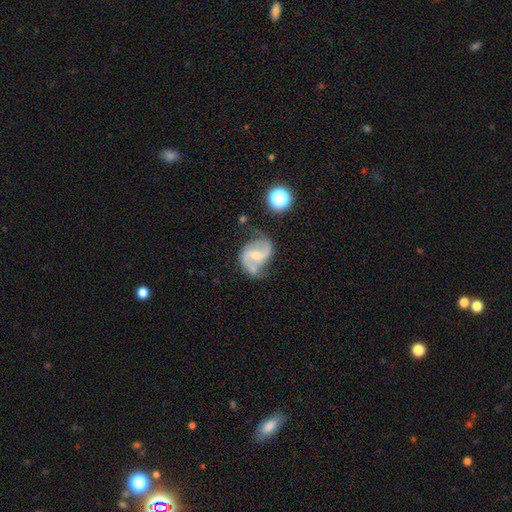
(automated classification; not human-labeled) A featured or disk galaxy (83%) with a weak bar (51%), 2 (91%) medium (47%) spiral arms (94%) and a small central bulge (50%). Merging: none (59%).